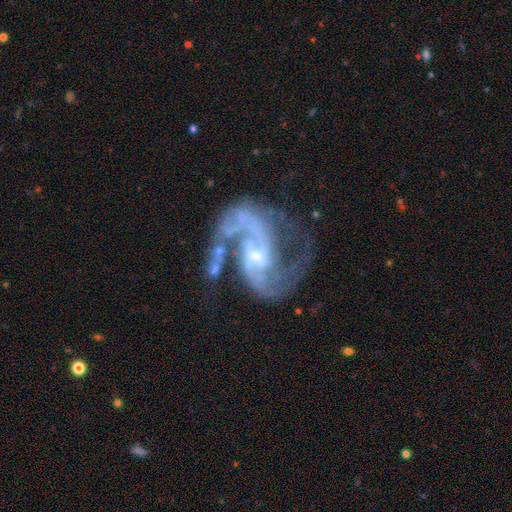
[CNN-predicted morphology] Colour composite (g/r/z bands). It shows a featured or disk galaxy (91%) with a weak bar (46%), 2 (86%) medium (55%) spiral arms (98%) and a small central bulge (67%). Merging: none (51%).